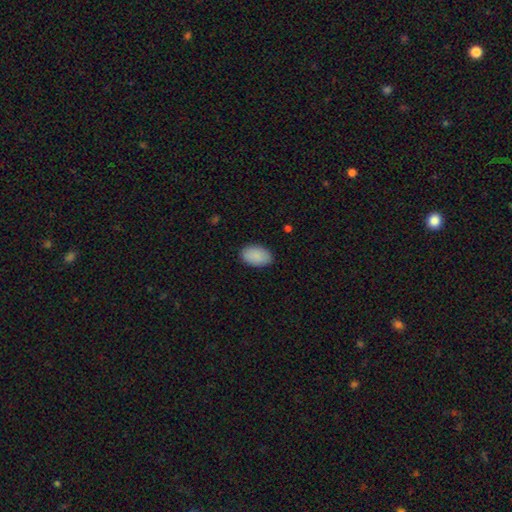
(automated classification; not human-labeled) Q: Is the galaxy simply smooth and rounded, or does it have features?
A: smooth — 90%.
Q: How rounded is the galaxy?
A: in between — 93%.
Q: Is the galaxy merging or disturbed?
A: none — 87%.